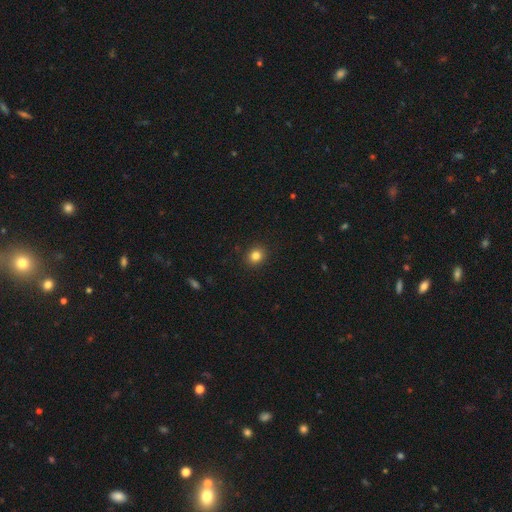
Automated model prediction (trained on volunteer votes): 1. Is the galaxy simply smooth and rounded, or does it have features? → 84% smooth, 11% star or artifact, 5% featured or disk.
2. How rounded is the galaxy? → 74% round, 25% in between, 1% cigar-shaped.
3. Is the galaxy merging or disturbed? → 91% none, 6% minor disturbance, 2% major disturbance, 1% merger.